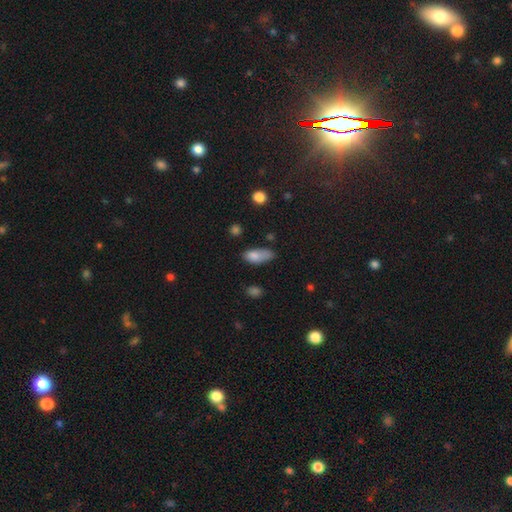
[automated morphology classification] The model was most divided on "merging": none: 42%, minor disturbance: 38%, major disturbance: 14%, merger: 6%. More confident: how rounded — in between (82%); smooth or featured — smooth (82%).